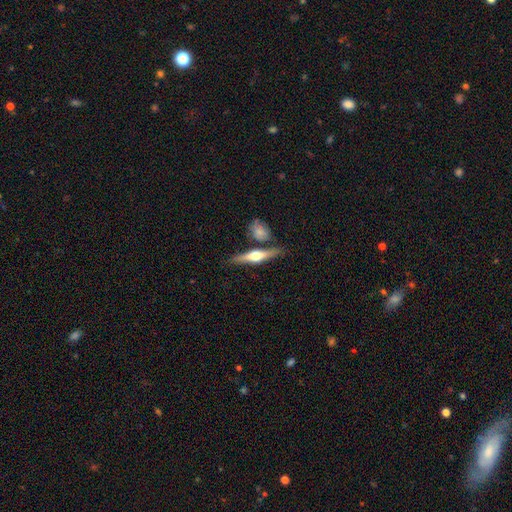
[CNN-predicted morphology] smooth_or_featured: featured or disk (p=0.65) [alt: smooth p=0.29]
disk_edge_on: yes (p=0.95) [alt: no p=0.05]
edge_on_bulge: rounded (p=0.93) [alt: boxy p=0.04]
merging: none (p=0.75) [alt: merger p=0.12]